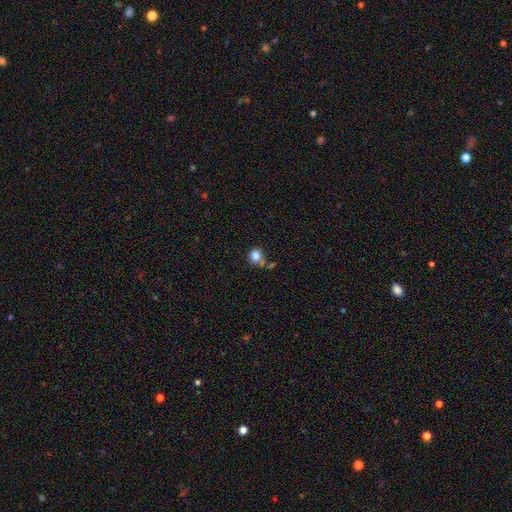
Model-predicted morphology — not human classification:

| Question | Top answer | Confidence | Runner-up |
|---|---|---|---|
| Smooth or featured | smooth | 84% | star or artifact (10%) |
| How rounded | round | 78% | in between (21%) |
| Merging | none | 54% | merger (20%) |